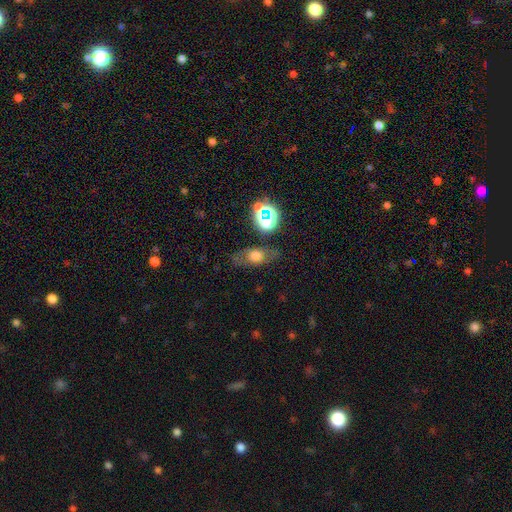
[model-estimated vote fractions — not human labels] smooth_or_featured: smooth (p=0.53) [alt: featured or disk p=0.29]
how_rounded: in between (p=0.66) [alt: round p=0.23]
merging: none (p=0.72) [alt: minor disturbance p=0.16]